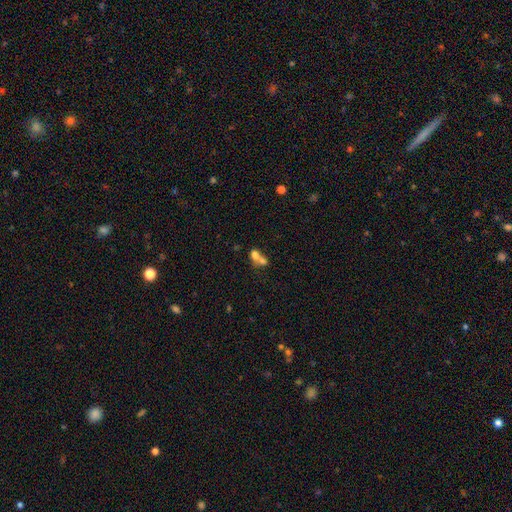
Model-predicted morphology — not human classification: Smooth or featured?
  - smooth: 68% *
  - featured or disk: 20%
  - star or artifact: 12%
How rounded?
  - in between: 50% *
  - round: 48%
  - cigar-shaped: 2%
Merging?
  - merger: 70% *
  - none: 20%
  - minor disturbance: 5%
  - major disturbance: 4%